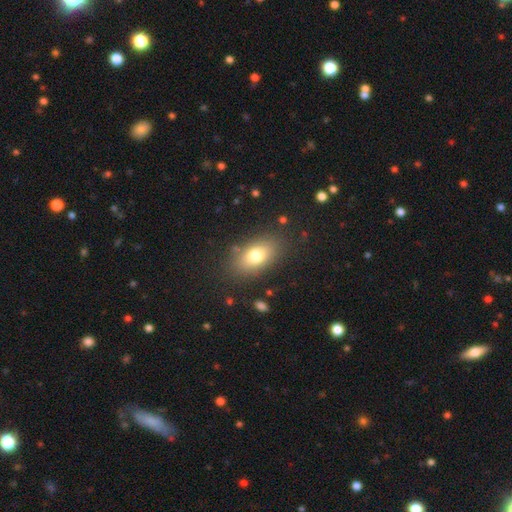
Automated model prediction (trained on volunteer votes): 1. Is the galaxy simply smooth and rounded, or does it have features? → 75% smooth, 16% featured or disk, 10% star or artifact.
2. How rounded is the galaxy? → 86% in between, 10% round, 3% cigar-shaped.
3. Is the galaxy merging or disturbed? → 82% none, 11% minor disturbance, 4% major disturbance, 2% merger.